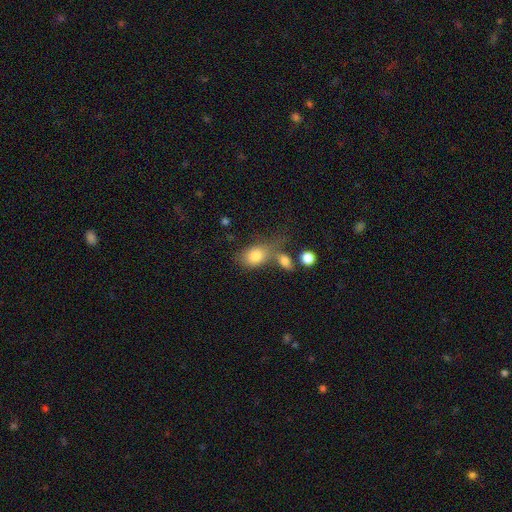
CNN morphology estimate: Overall: smooth (81%). How rounded: in between (69%). Merging: none (42%; merger 31%).